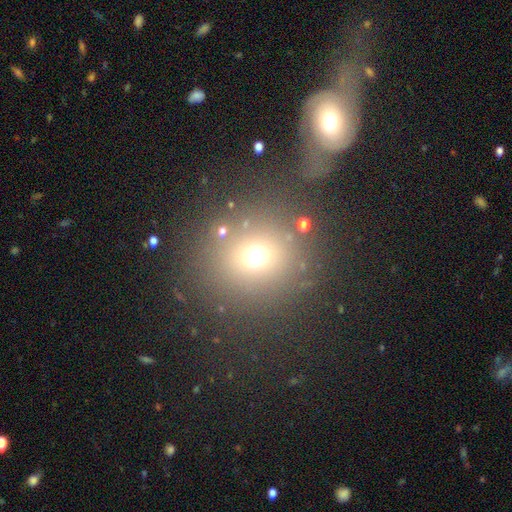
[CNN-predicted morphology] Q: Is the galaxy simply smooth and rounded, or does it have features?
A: smooth — 66%.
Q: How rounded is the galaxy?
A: round — 87%.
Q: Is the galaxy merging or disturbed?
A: none — 77%.